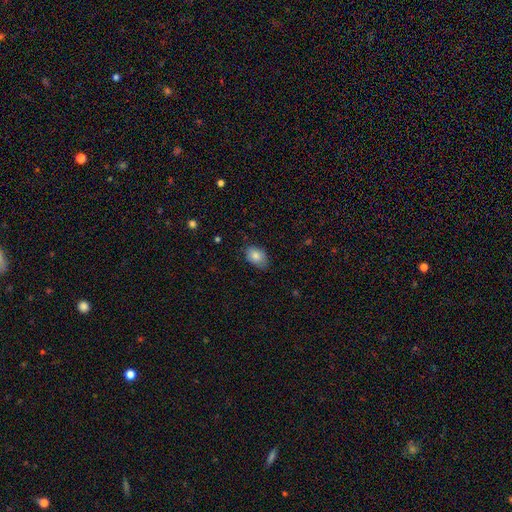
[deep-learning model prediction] smooth_or_featured: smooth (p=0.84) [alt: featured or disk p=0.09]
how_rounded: in between (p=0.87) [alt: round p=0.12]
merging: none (p=0.74) [alt: minor disturbance p=0.21]